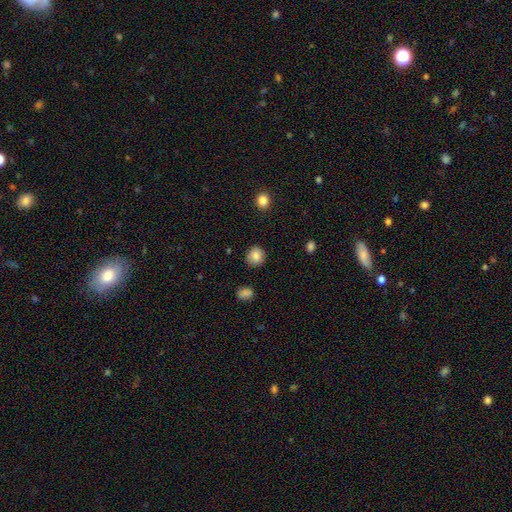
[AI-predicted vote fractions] Overall: smooth (86%). How rounded: round (88%). Merging: none (89%).